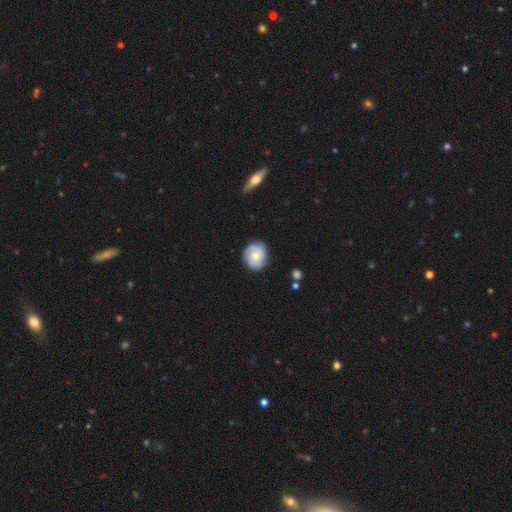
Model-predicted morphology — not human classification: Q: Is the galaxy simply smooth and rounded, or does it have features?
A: smooth — 47%.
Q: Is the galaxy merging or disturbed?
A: none — 78%.